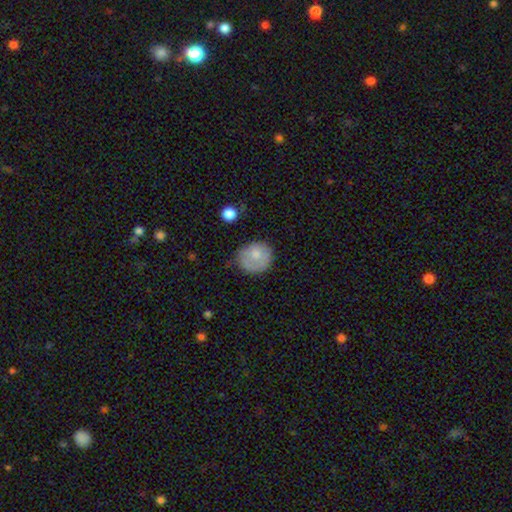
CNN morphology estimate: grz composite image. It shows a smooth galaxy with no disk features (74%) that is round (78%). Merging: none (59%).